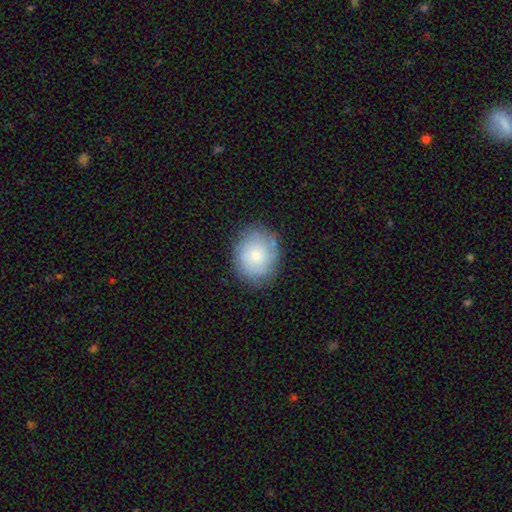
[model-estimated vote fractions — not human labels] This appears to be a smooth galaxy with no disk features (59%) that is round (68%). Merging: none (78%).